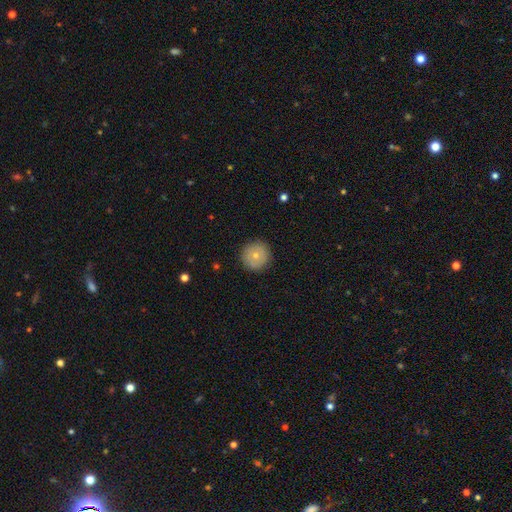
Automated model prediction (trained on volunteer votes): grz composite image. It shows a smooth galaxy with no disk features (68%) that is round (96%). Merging: none (90%).